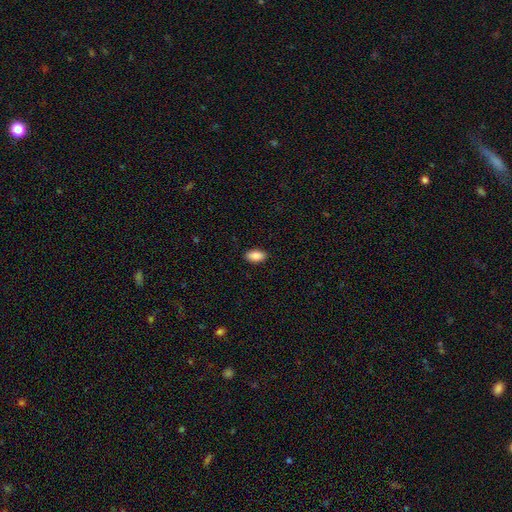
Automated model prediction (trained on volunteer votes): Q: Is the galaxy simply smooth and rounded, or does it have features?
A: smooth — 88%.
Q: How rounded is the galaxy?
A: in between — 93%.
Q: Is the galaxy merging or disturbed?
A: none — 89%.